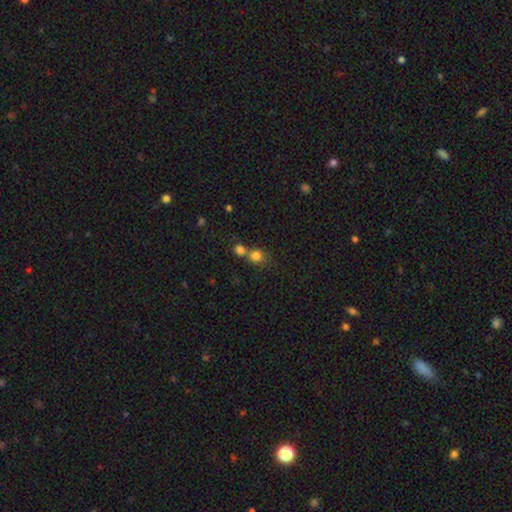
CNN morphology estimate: Overall: smooth (80%). How rounded: round (81%). Merging: merger (47%; none 42%).